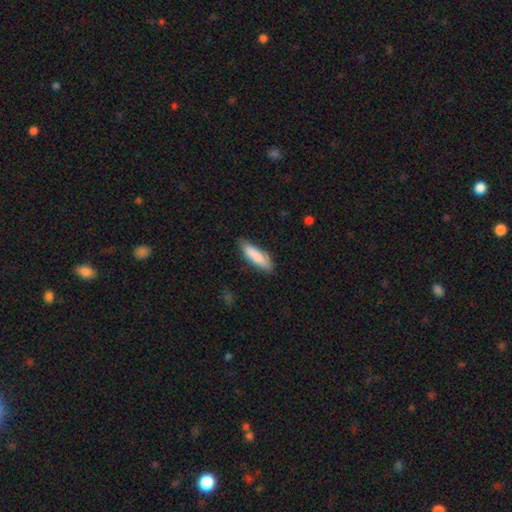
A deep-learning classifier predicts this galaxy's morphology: smooth-or-featured: smooth: 86% | featured or disk: 8% | star or artifact: 5%
  how-rounded: cigar-shaped: 58% | in between: 41% | round: 1%
  merging: none: 80% | minor disturbance: 16% | major disturbance: 3% | merger: 1%